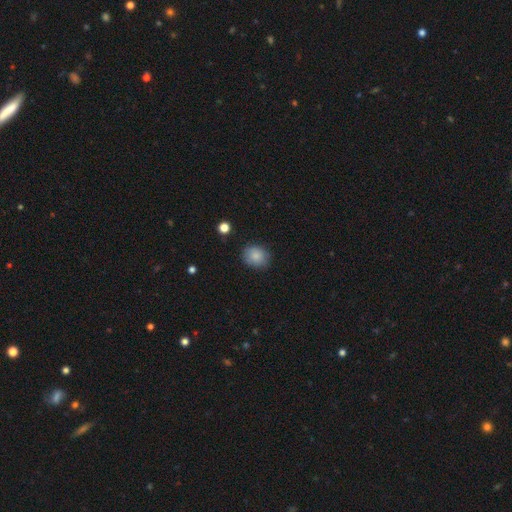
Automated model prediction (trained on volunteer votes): smooth-or-featured: smooth: 85% | star or artifact: 8% | featured or disk: 6%
  how-rounded: round: 64% | in between: 35% | cigar-shaped: 1%
  merging: none: 84% | minor disturbance: 11% | major disturbance: 3% | merger: 1%